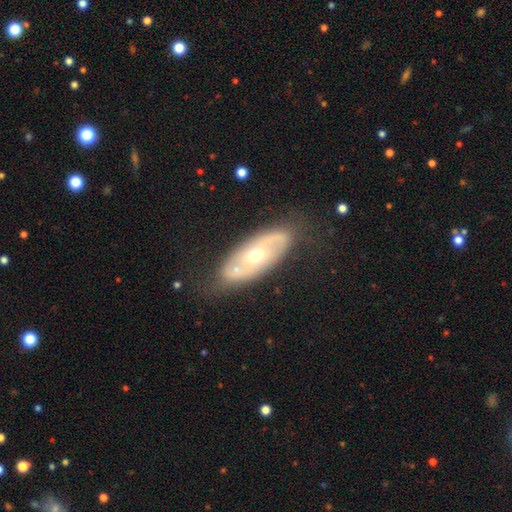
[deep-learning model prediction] Smooth or featured: featured or disk — 66% (smooth — 28%)
Edge-on disk: no — 86% (yes — 14%)
Bar: no — 76% (weak — 17%)
Spiral arms: yes — 52% (no — 48%)
Bulge size: moderate — 58% (small — 37%)
Merging: none — 71% (minor disturbance — 18%)